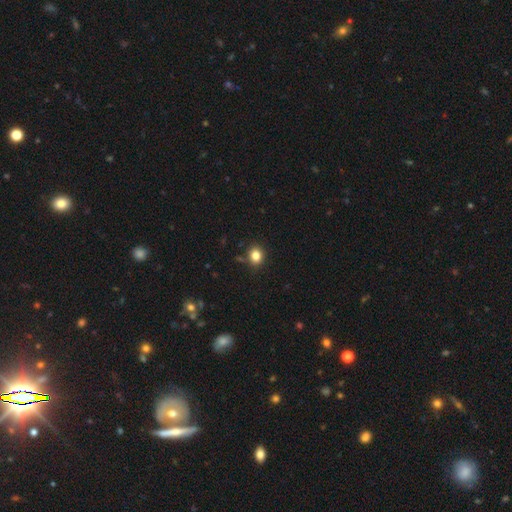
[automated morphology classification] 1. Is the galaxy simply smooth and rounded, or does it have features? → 83% smooth, 12% star or artifact, 5% featured or disk.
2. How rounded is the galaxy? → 63% round, 36% in between, 1% cigar-shaped.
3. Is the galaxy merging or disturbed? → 85% none, 10% minor disturbance, 3% merger, 2% major disturbance.